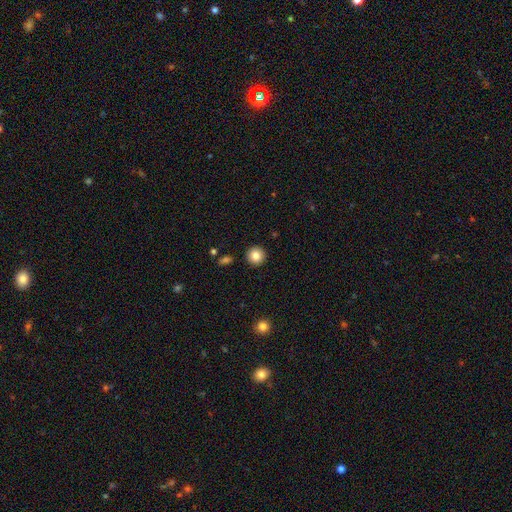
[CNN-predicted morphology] The model was most divided on "smooth or featured": smooth: 84%, star or artifact: 9%, featured or disk: 7%. More confident: how rounded — round (95%); merging — none (92%).